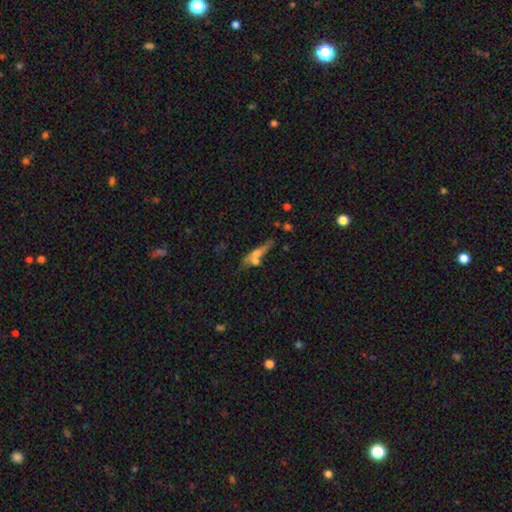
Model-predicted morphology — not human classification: smooth 50%, featured or disk 41%, star or artifact 9%. Down the decision tree: merging — none (43%).